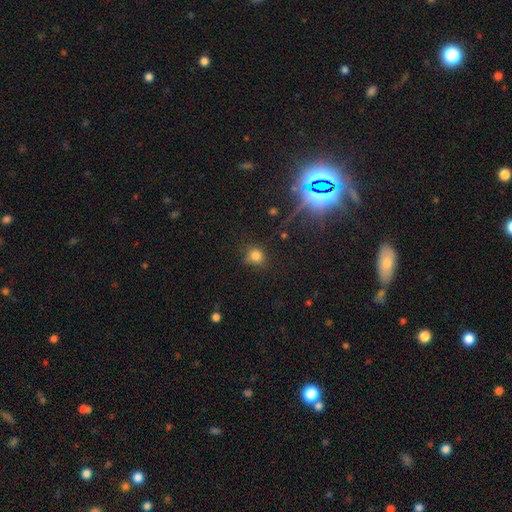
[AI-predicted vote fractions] A smooth galaxy with no disk features (75%) that is round (79%).

Vote fractions:
- Smooth or featured? smooth: 75% / star or artifact: 18% / featured or disk: 7%
- How rounded? round: 79% / in between: 20% / cigar-shaped: 1%
- Merging? none: 72% / minor disturbance: 17% / major disturbance: 6% / merger: 4%